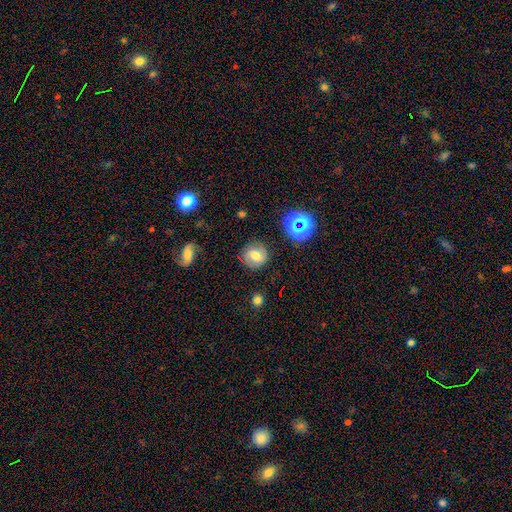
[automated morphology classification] A smooth galaxy with no disk features (57%) that is round (84%).

Vote fractions:
- Smooth or featured? smooth: 57% / featured or disk: 26% / star or artifact: 17%
- How rounded? round: 84% / in between: 15% / cigar-shaped: 1%
- Merging? none: 81% / minor disturbance: 13% / major disturbance: 5% / merger: 2%